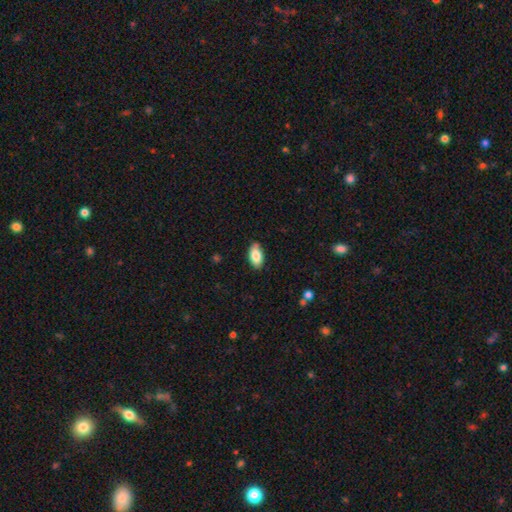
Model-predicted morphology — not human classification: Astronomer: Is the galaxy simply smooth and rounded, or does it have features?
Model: smooth — 85%.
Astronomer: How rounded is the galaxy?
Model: in between — 94%.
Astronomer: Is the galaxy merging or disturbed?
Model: none — 82%.